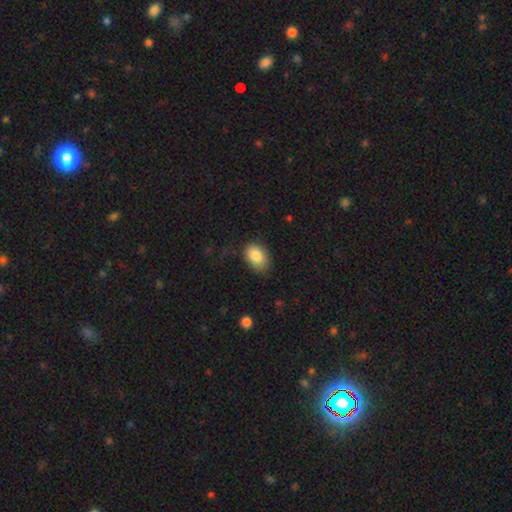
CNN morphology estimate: Smooth or featured?
  - smooth: 86% *
  - star or artifact: 8%
  - featured or disk: 7%
How rounded?
  - in between: 84% *
  - round: 15%
  - cigar-shaped: 1%
Merging?
  - none: 74% *
  - minor disturbance: 20%
  - major disturbance: 5%
  - merger: 1%